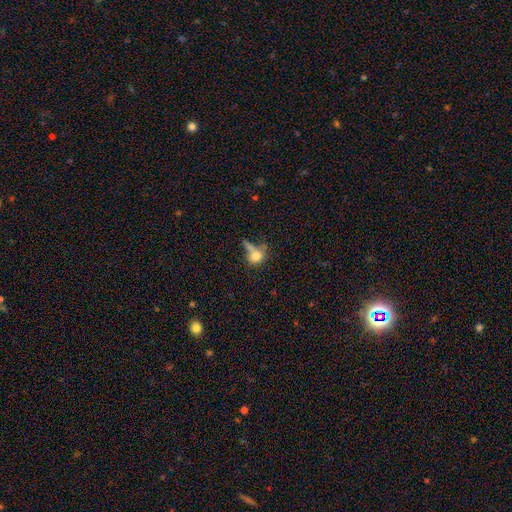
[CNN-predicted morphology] smooth_or_featured: smooth (p=0.73) [alt: featured or disk p=0.15]
how_rounded: in between (p=0.49) [alt: round p=0.47]
merging: none (p=0.33) [alt: merger p=0.30]